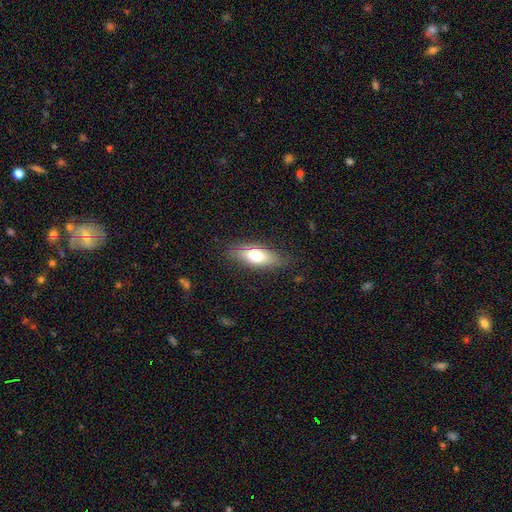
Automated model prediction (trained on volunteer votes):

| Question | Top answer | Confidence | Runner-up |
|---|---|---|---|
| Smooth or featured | smooth | 66% | featured or disk (26%) |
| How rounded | in between | 70% | cigar-shaped (26%) |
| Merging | none | 82% | minor disturbance (14%) |